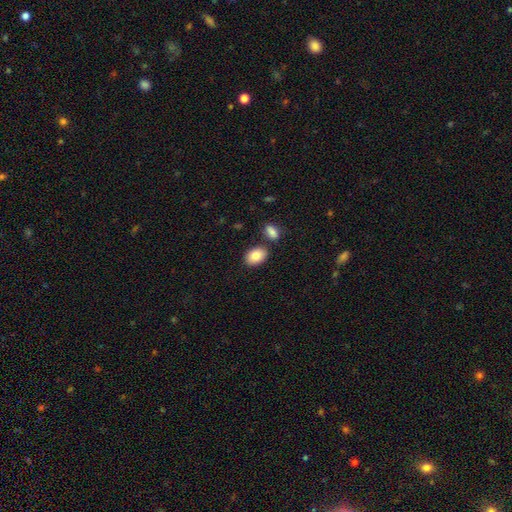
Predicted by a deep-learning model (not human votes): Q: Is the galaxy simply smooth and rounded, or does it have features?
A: smooth — 85%.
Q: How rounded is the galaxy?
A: in between — 86%.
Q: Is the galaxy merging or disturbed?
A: none — 78%.